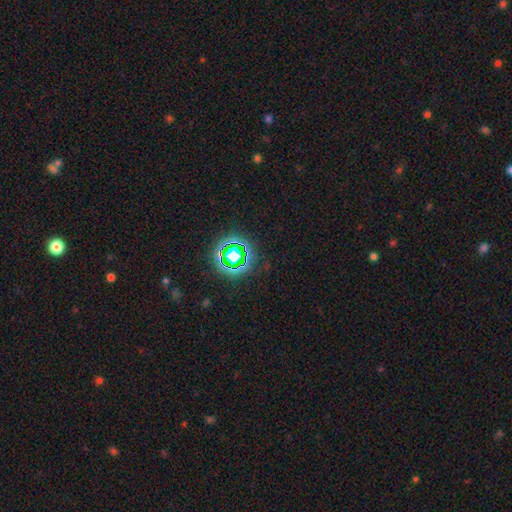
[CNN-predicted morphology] Smooth or featured? Predicted: star or artifact (p=0.69).